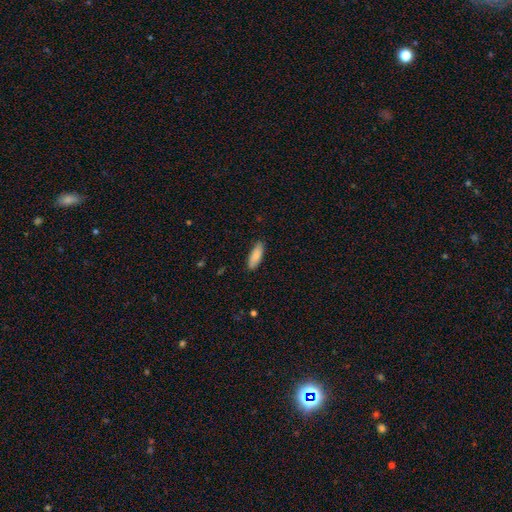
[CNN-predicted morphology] Smooth or featured? smooth (87%)
How rounded? in between (63%)
Merging? none (84%)